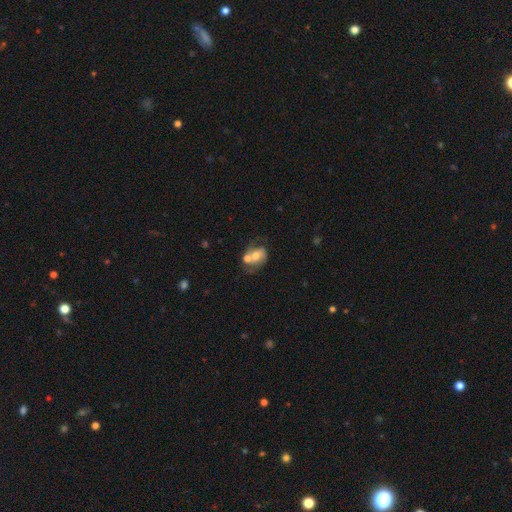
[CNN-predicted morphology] type=featured or disk (50%); merging=merger (45%).